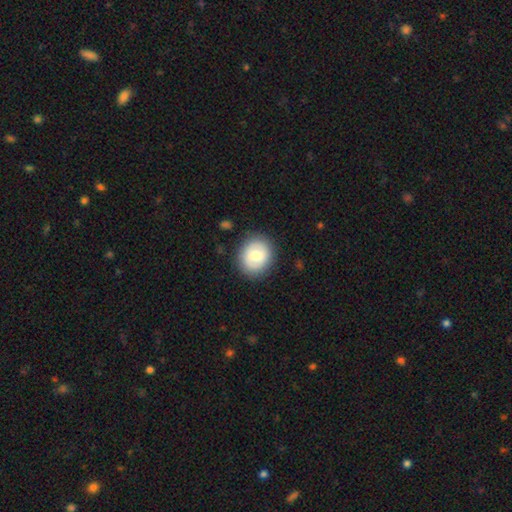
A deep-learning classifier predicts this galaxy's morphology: Q: Smooth or featured?
A: smooth (68%); runner-up: featured or disk (25%)
Q: How rounded?
A: round (73%); runner-up: in between (26%)
Q: Merging?
A: none (85%); runner-up: minor disturbance (10%)